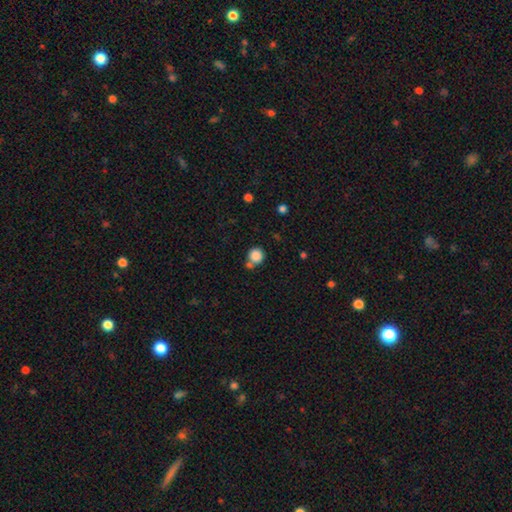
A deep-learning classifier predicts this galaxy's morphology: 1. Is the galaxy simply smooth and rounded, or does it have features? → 86% smooth, 10% star or artifact, 4% featured or disk.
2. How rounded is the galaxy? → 89% round, 10% in between, 1% cigar-shaped.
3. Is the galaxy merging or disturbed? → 61% none, 24% merger, 11% minor disturbance, 4% major disturbance.